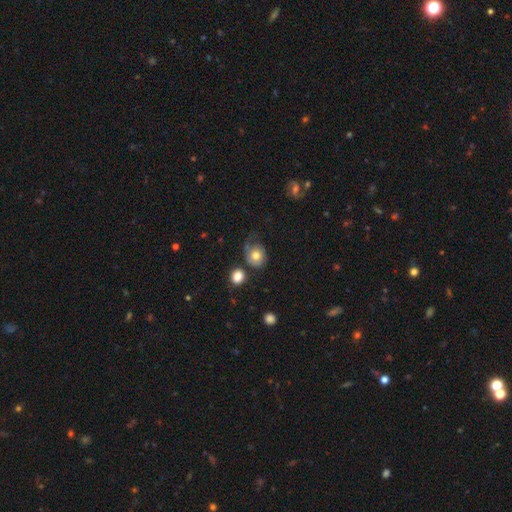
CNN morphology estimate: This appears to be a smooth galaxy with no disk features (63%) that is round (72%). Merging: none (41%).